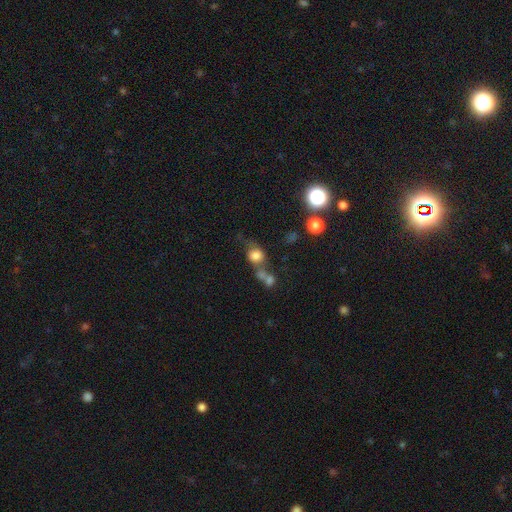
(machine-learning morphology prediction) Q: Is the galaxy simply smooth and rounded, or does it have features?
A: smooth — 73%.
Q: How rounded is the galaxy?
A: round — 72%.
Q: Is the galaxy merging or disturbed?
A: none — 38%.